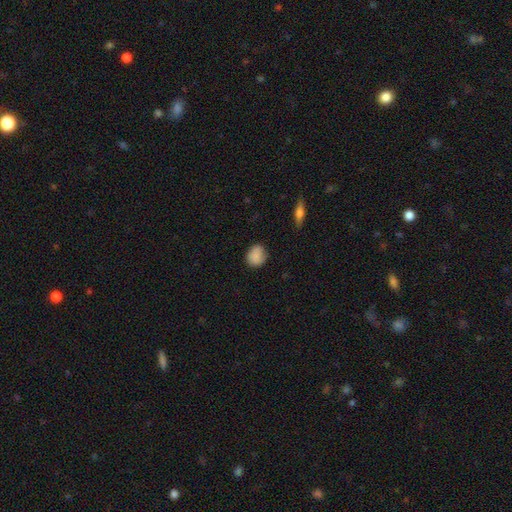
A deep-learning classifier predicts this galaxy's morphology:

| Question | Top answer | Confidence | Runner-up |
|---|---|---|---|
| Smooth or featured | smooth | 86% | star or artifact (8%) |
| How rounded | round | 66% | in between (33%) |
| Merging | none | 74% | minor disturbance (20%) |